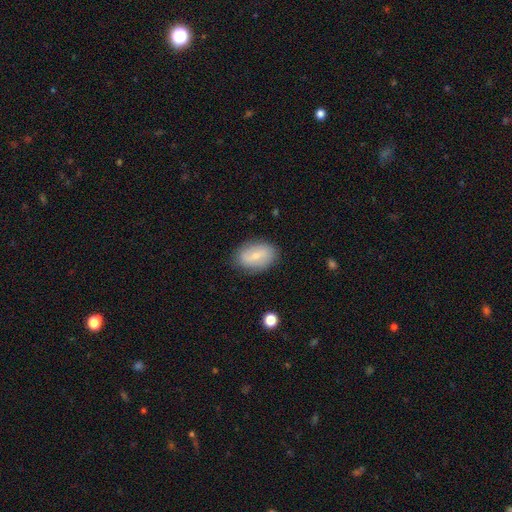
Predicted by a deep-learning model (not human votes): smooth 54%, featured or disk 39%, star or artifact 7%. Down the decision tree: how rounded — in between (88%); merging — none (82%).